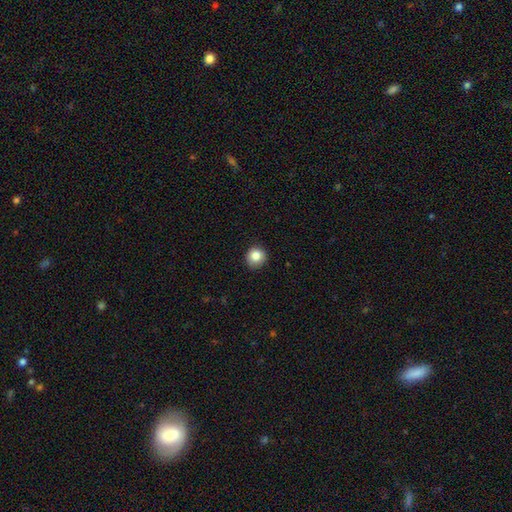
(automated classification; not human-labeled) This is clearly a smooth galaxy (84%). How rounded: clearly round (92%). Merging: clearly none (89%).